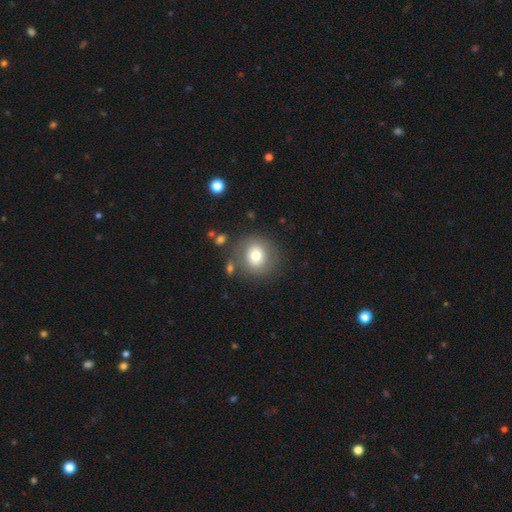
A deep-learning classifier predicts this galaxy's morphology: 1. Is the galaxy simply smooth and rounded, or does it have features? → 73% smooth, 17% featured or disk, 10% star or artifact.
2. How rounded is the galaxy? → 86% round, 13% in between, 1% cigar-shaped.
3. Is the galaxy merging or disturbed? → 79% none, 11% minor disturbance, 5% major disturbance, 5% merger.